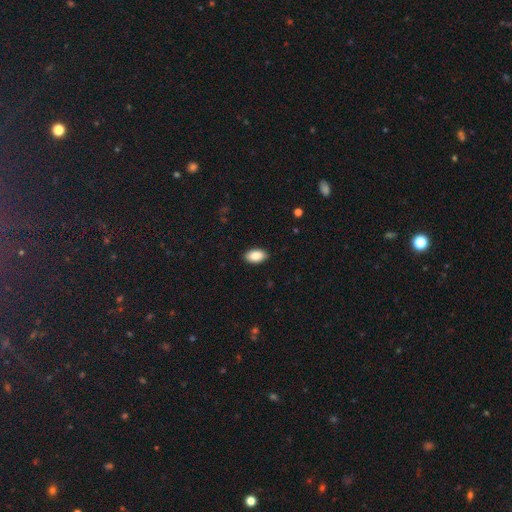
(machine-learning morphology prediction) Smooth or featured? Predicted: smooth (p=0.89). How rounded? Predicted: in between (p=0.94). Merging? Predicted: none (p=0.89).